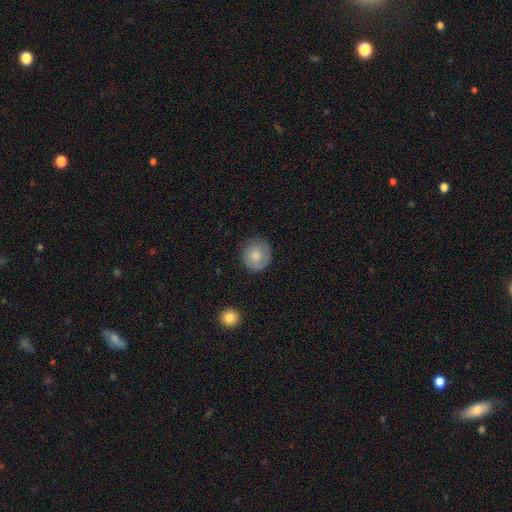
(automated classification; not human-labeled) A smooth galaxy with no disk features (75%) that is round (89%).

Vote fractions:
- Smooth or featured? smooth: 75% / featured or disk: 18% / star or artifact: 7%
- How rounded? round: 89% / in between: 10% / cigar-shaped: 1%
- Merging? none: 81% / minor disturbance: 14% / major disturbance: 3% / merger: 1%